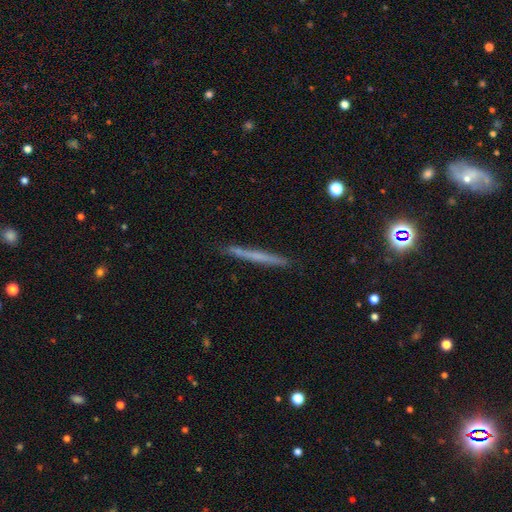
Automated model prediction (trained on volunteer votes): A smooth galaxy with no disk features (49%). Merging: none (89%).